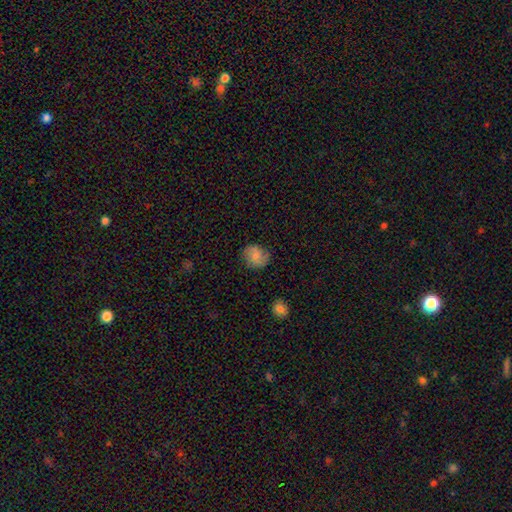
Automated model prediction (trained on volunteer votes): Smooth or featured: smooth — 71% (featured or disk — 21%)
How rounded: round — 74% (in between — 25%)
Merging: none — 78% (minor disturbance — 16%)